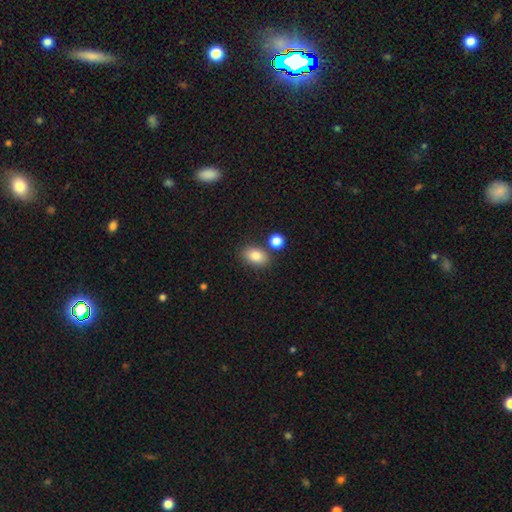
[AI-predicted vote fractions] Overall: smooth (85%). How rounded: in between (83%). Merging: none (76%).